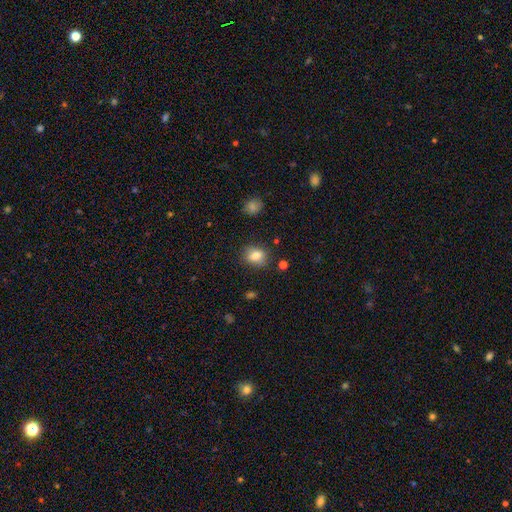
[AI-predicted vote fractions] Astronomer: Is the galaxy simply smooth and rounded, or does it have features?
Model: smooth — 81%.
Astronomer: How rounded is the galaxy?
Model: in between — 62%.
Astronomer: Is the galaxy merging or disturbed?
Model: none — 78%.